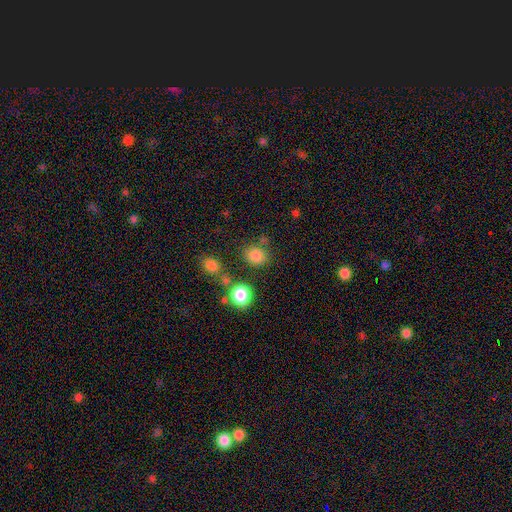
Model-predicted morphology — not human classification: This appears to be a smooth galaxy with no disk features (81%) that is round (72%). Merging: none (73%).